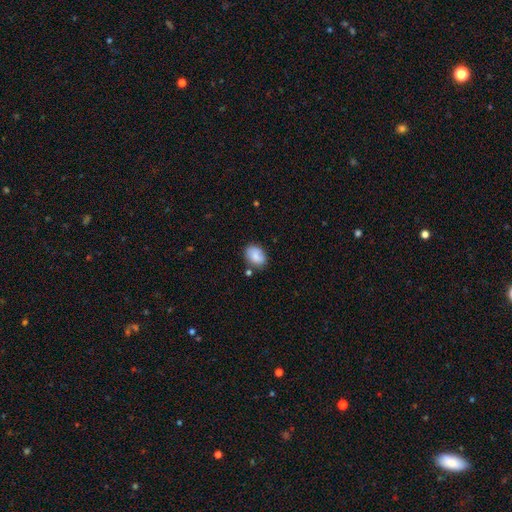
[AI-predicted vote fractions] Smooth or featured? smooth (80%)
How rounded? in between (76%)
Merging? none (73%)